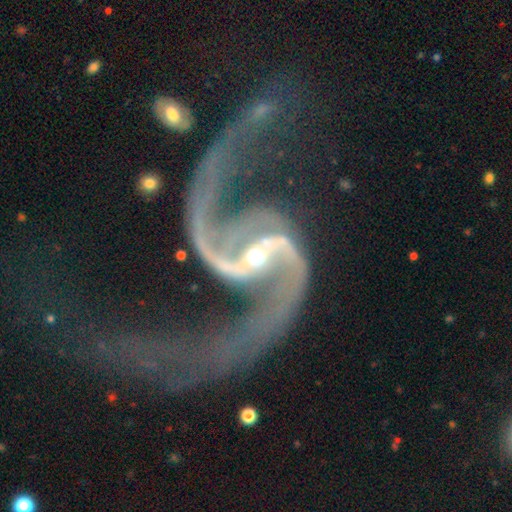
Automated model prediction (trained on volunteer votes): smooth_or_featured: featured or disk (p=0.93) [alt: star or artifact p=0.04]
disk_edge_on: no (p=0.97) [alt: yes p=0.03]
bar: strong (p=0.52) [alt: weak p=0.30]
has_spiral_arms: yes (p=0.98) [alt: no p=0.02]
spiral_winding: loose (p=0.74) [alt: medium p=0.20]
spiral_arm_count: 2 (p=0.92) [alt: 1 p=0.02]
bulge_size: small (p=0.54) [alt: moderate p=0.41]
merging: none (p=0.46) [alt: major disturbance p=0.29]